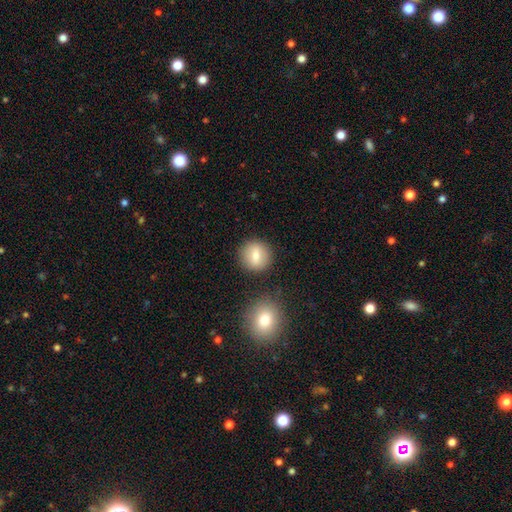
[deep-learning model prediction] smooth-or-featured: smooth: 77% | featured or disk: 15% | star or artifact: 8%
  how-rounded: round: 89% | in between: 10% | cigar-shaped: 1%
  merging: none: 84% | minor disturbance: 8% | merger: 6% | major disturbance: 3%